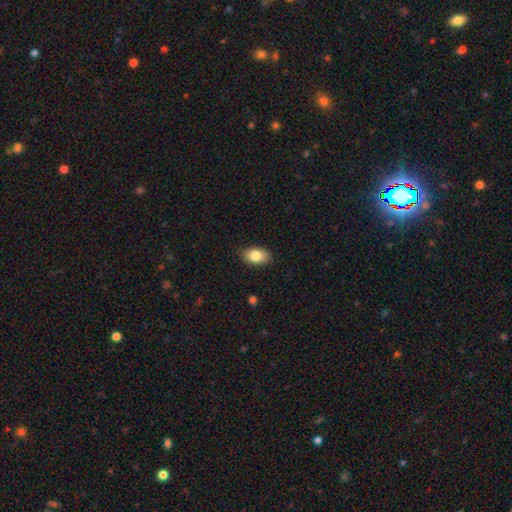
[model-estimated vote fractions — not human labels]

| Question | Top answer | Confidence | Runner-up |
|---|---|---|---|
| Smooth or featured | smooth | 83% | featured or disk (10%) |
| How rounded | in between | 91% | round (8%) |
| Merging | none | 86% | minor disturbance (11%) |